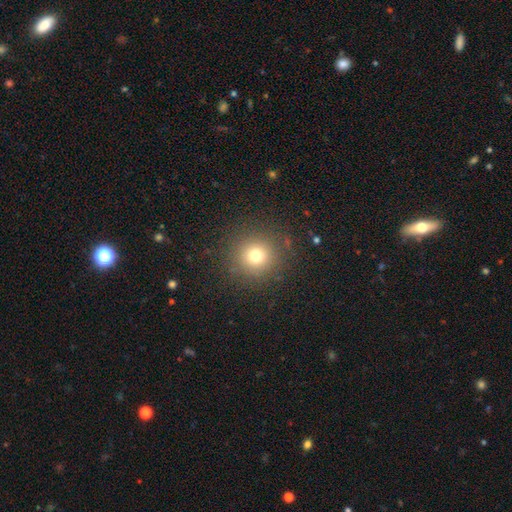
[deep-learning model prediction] Smooth or featured? smooth (74%)
How rounded? round (94%)
Merging? none (88%)